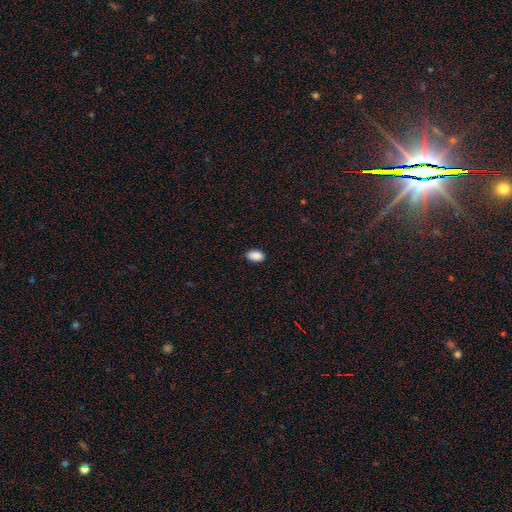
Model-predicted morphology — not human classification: smooth-or-featured: smooth: 89% | star or artifact: 8% | featured or disk: 3%
  how-rounded: in between: 90% | round: 9% | cigar-shaped: 2%
  merging: none: 86% | minor disturbance: 11% | major disturbance: 2% | merger: 1%